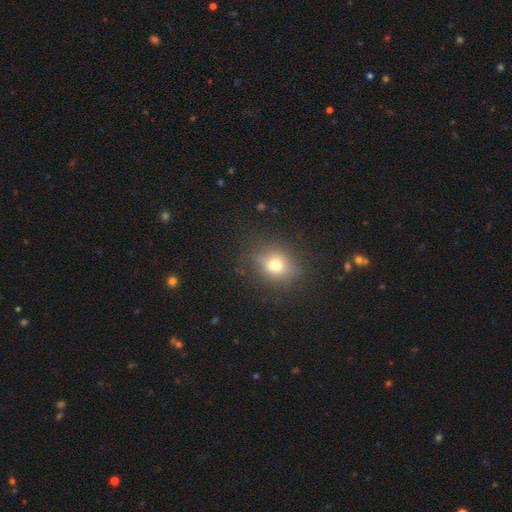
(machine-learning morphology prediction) A smooth galaxy with no disk features (64%) that is round (56%). Merging: none (87%).